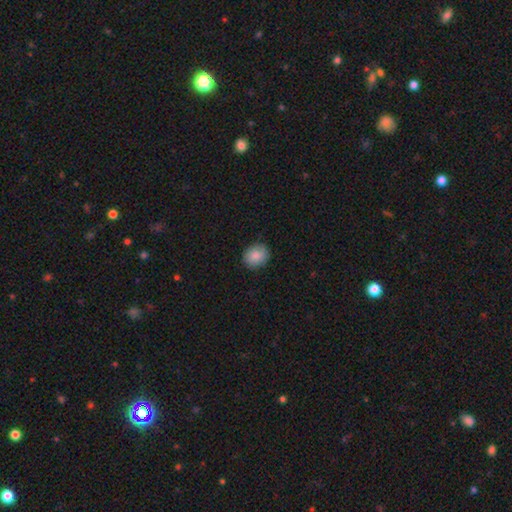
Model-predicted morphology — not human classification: This is clearly a smooth galaxy (82%). How rounded: likely round (63%). Merging: clearly none (85%).